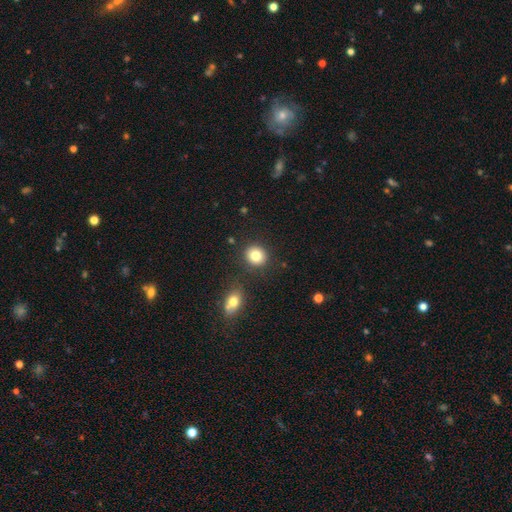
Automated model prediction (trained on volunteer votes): Smooth or featured?
  - smooth: 82% *
  - star or artifact: 10%
  - featured or disk: 8%
How rounded?
  - round: 82% *
  - in between: 17%
  - cigar-shaped: 1%
Merging?
  - none: 85% *
  - minor disturbance: 8%
  - merger: 4%
  - major disturbance: 3%